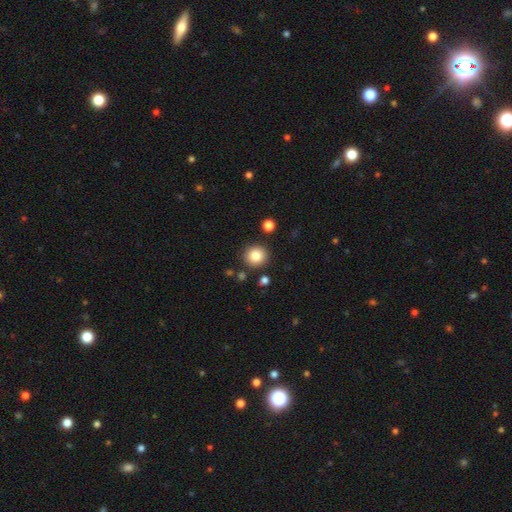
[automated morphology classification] smooth-or-featured: smooth: 84% | star or artifact: 10% | featured or disk: 6%
  how-rounded: round: 91% | in between: 8% | cigar-shaped: 1%
  merging: none: 88% | minor disturbance: 7% | merger: 3% | major disturbance: 2%